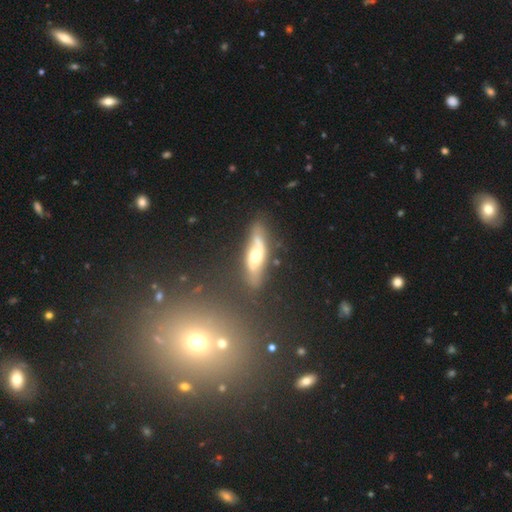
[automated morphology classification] Q: Smooth or featured?
A: featured or disk (64%); runner-up: smooth (29%)
Q: Edge-on disk?
A: no (55%); runner-up: yes (45%)
Q: Merging?
A: none (74%); runner-up: minor disturbance (17%)